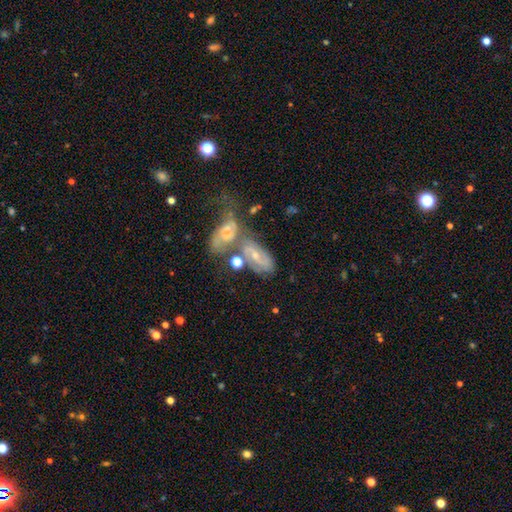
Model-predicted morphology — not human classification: smooth-or-featured: featured or disk: 62% | smooth: 27% | star or artifact: 11%
  disk-edge-on: no: 93% | yes: 7%
    bar: no: 42% | weak: 39% | strong: 20%
    has-spiral-arms: yes: 73% | no: 27%
    bulge-size: small: 59% | moderate: 32% | none: 6% | large: 2% | dominant: 1%
  merging: merger: 44% | none: 27% | minor disturbance: 15% | major disturbance: 14%